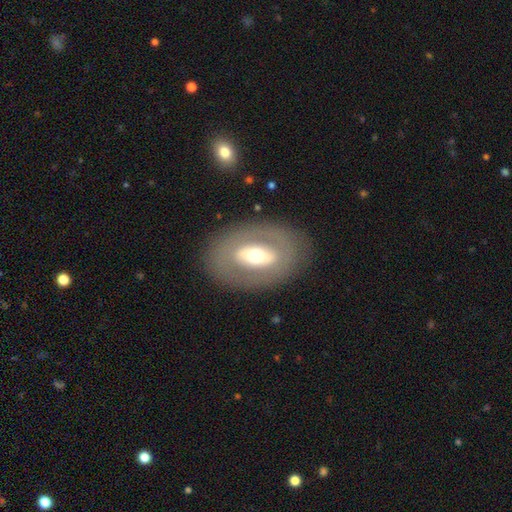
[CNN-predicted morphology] smooth_or_featured: featured or disk (p=0.57) [alt: smooth p=0.36]
disk_edge_on: no (p=0.90) [alt: yes p=0.10]
bar: no (p=0.49) [alt: strong p=0.27]
has_spiral_arms: no (p=0.89) [alt: yes p=0.11]
bulge_size: moderate (p=0.63) [alt: large p=0.20]
merging: none (p=0.82) [alt: minor disturbance p=0.10]